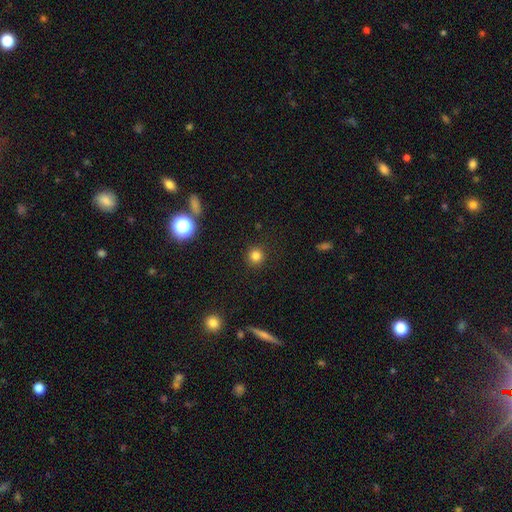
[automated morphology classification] This appears to be a smooth galaxy with no disk features (81%) that is round (94%). Merging: none (91%).